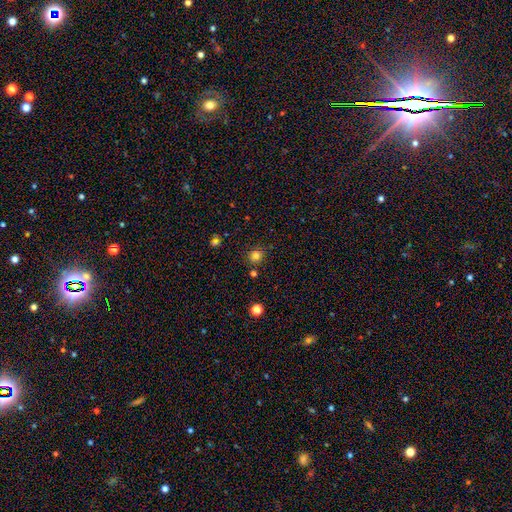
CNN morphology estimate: Smooth or featured? smooth (77%)
How rounded? round (88%)
Merging? none (82%)